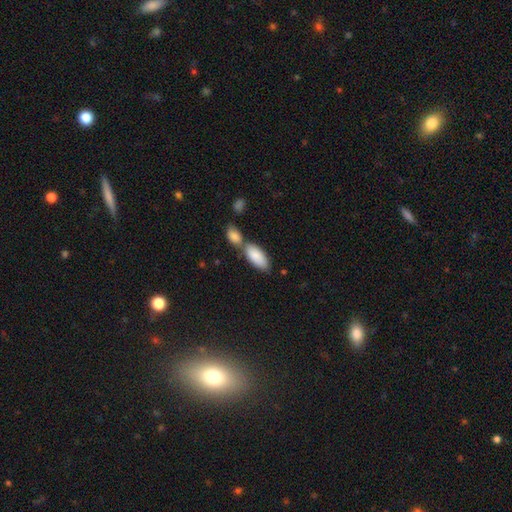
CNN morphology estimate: Overall: smooth (86%). How rounded: in between (87%). Merging: merger (48%; none 38%).